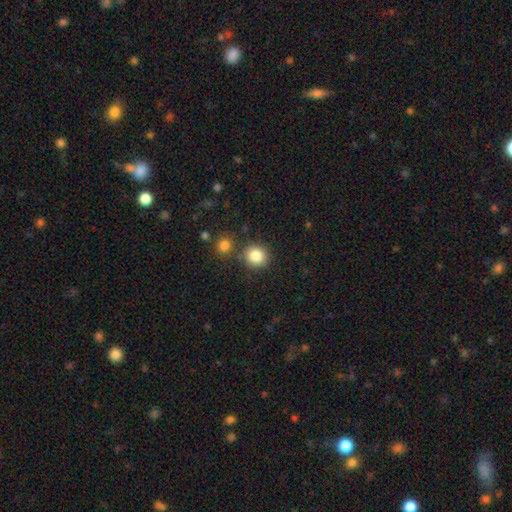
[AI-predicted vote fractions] Smooth or featured: smooth — 85% (star or artifact — 10%)
How rounded: round — 89% (in between — 10%)
Merging: none — 79% (minor disturbance — 9%)